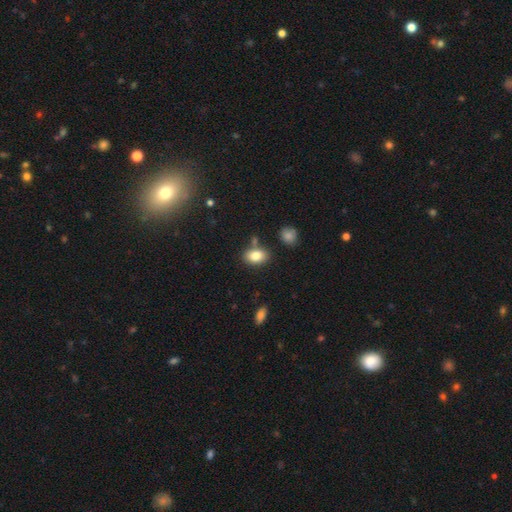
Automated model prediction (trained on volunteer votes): smooth-or-featured: smooth: 83% | featured or disk: 9% | star or artifact: 9%
  how-rounded: in between: 84% | round: 15% | cigar-shaped: 1%
  merging: none: 75% | minor disturbance: 12% | merger: 9% | major disturbance: 3%